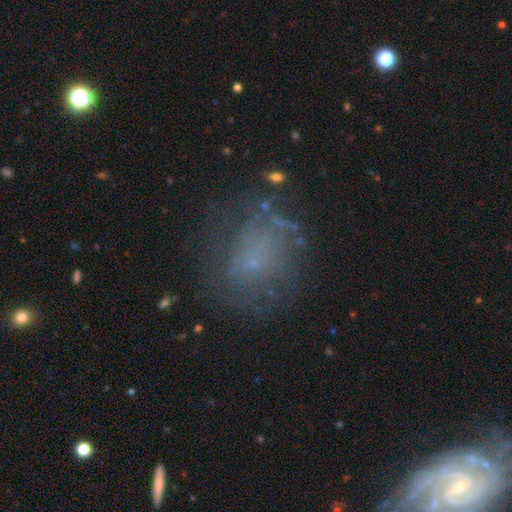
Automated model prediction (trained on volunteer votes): This appears to be a featured or disk galaxy (42%). Merging: none (62%).